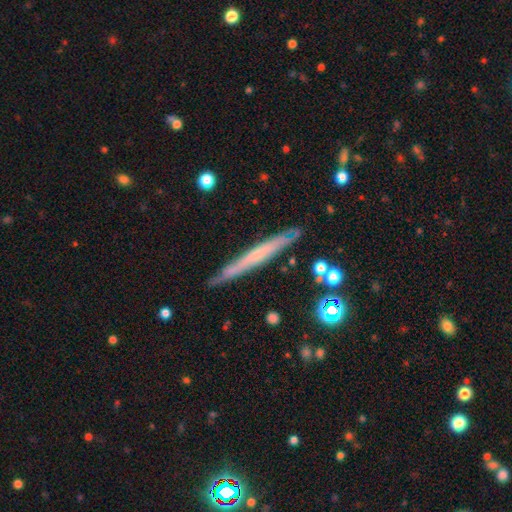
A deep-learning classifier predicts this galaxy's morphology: Smooth or featured? Predicted: featured or disk (p=0.54). Edge-on disk? Predicted: yes (p=0.91). Merging? Predicted: none (p=0.82).